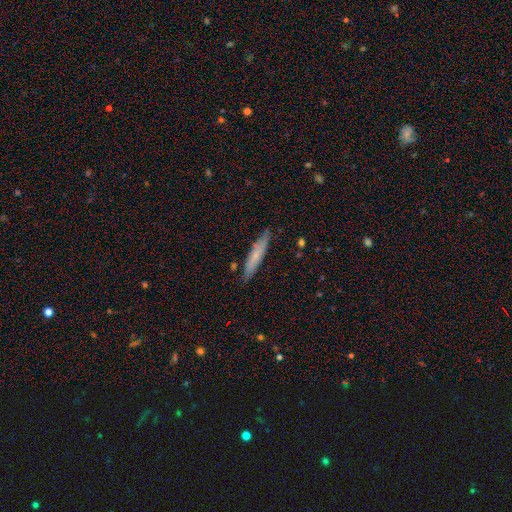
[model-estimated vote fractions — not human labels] Overall: smooth (63%; featured or disk 31%). How rounded: cigar-shaped (91%). Merging: none (85%).